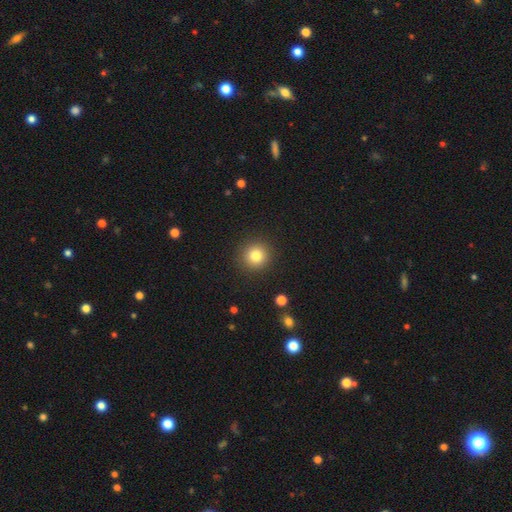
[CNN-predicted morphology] This appears to be a smooth galaxy with no disk features (82%) that is round (94%). Merging: none (91%).